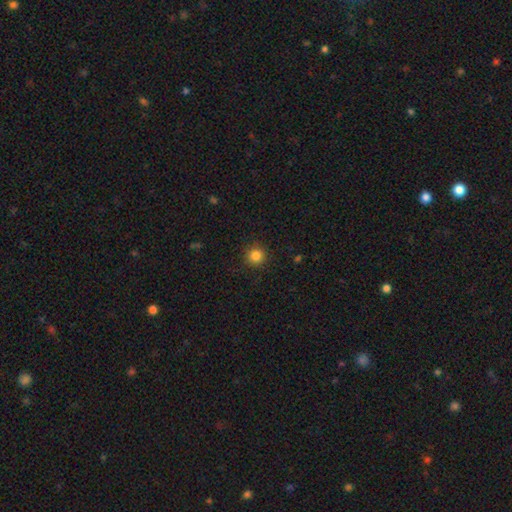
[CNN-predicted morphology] smooth-or-featured: smooth: 84% | star or artifact: 12% | featured or disk: 4%
  how-rounded: round: 95% | in between: 4% | cigar-shaped: 1%
  merging: none: 90% | minor disturbance: 6% | major disturbance: 2% | merger: 1%